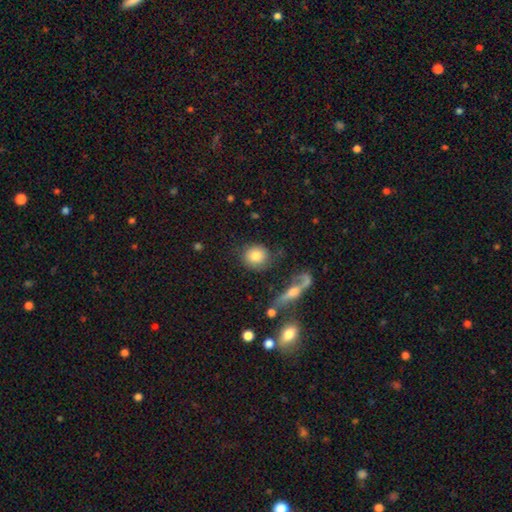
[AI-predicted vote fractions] Overall: smooth (76%). How rounded: round (82%). Merging: none (70%).